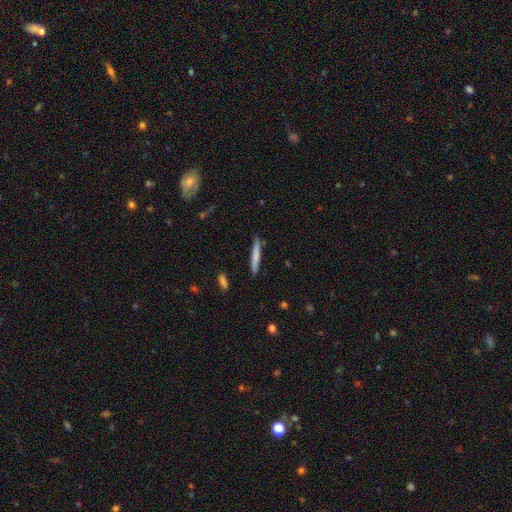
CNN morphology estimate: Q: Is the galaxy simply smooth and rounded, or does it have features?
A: smooth — 74%.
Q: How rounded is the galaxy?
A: cigar-shaped — 95%.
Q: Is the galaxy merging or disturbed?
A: none — 89%.